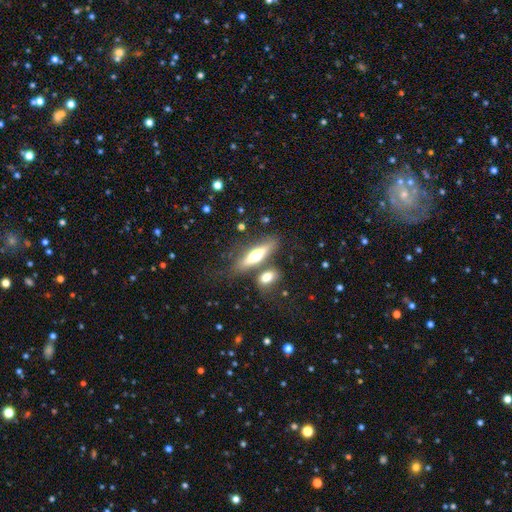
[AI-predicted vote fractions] smooth-or-featured: smooth: 49% | featured or disk: 44% | star or artifact: 7%
  merging: none: 60% | merger: 22% | minor disturbance: 13% | major disturbance: 5%